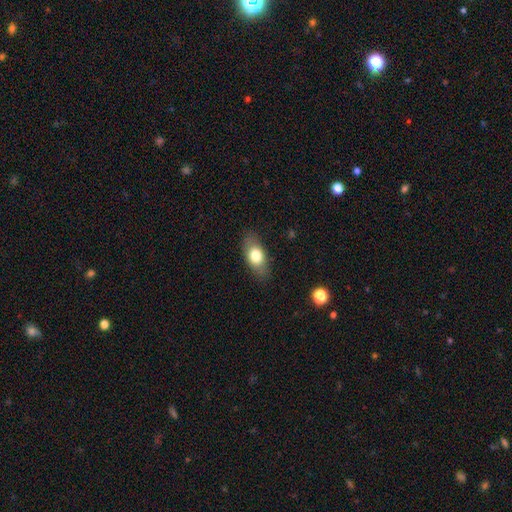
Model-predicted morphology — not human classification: This appears to be a smooth galaxy with no disk features (74%) that is in between round and cigar-shaped (87%). Merging: none (83%).